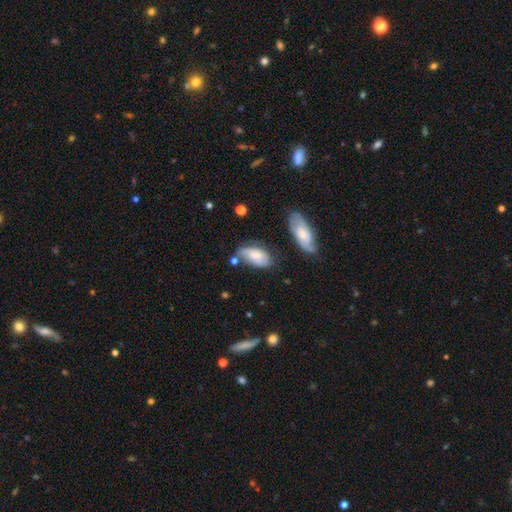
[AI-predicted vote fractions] A smooth galaxy with no disk features (59%) that is in between round and cigar-shaped (91%).

Vote fractions:
- Smooth or featured? smooth: 59% / featured or disk: 34% / star or artifact: 7%
- How rounded? in between: 91% / round: 5% / cigar-shaped: 4%
- Merging? none: 41% / minor disturbance: 31% / major disturbance: 16% / merger: 12%